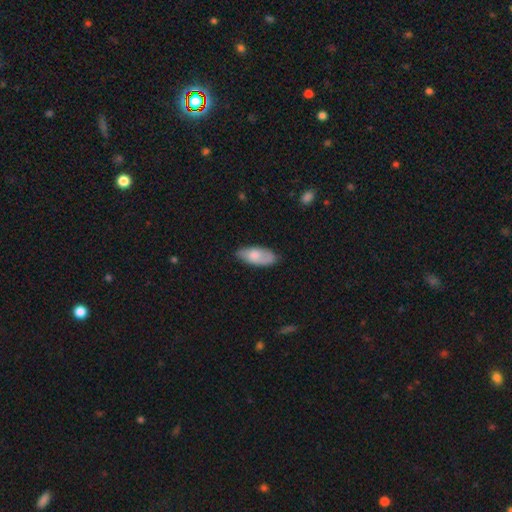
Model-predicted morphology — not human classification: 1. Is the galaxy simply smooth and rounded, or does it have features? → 69% smooth, 25% featured or disk, 6% star or artifact.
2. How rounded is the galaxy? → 88% in between, 10% cigar-shaped, 2% round.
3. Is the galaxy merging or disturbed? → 72% none, 22% minor disturbance, 4% major disturbance, 1% merger.